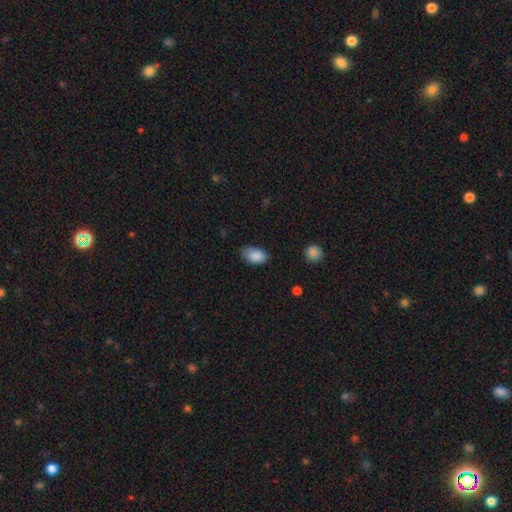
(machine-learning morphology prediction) type=smooth (88%); roundness=in between (91%); merging=none (73%).